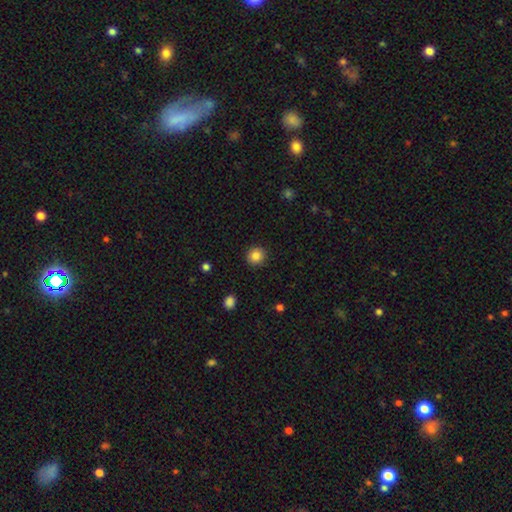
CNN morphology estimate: A smooth galaxy with no disk features (85%) that is round (91%). Merging: none (91%).